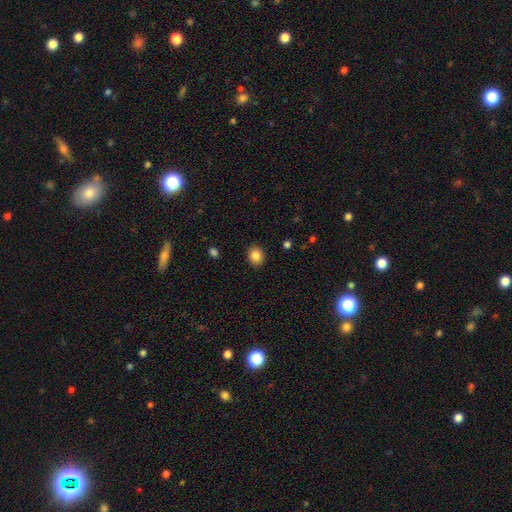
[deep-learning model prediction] Morphology: type=smooth (84%); roundness=round (62%); merging=none (89%).